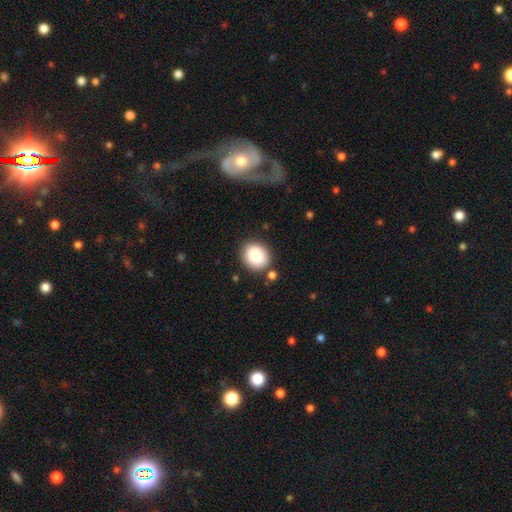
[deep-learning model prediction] The model was most divided on "how rounded": round: 71%, in between: 29%, cigar-shaped: 1%. More confident: smooth or featured — smooth (87%); merging — none (84%).